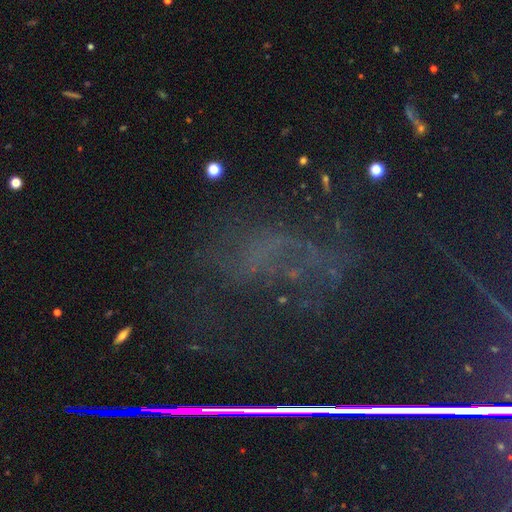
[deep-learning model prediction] star or artifact 58%, featured or disk 24%, smooth 17%.